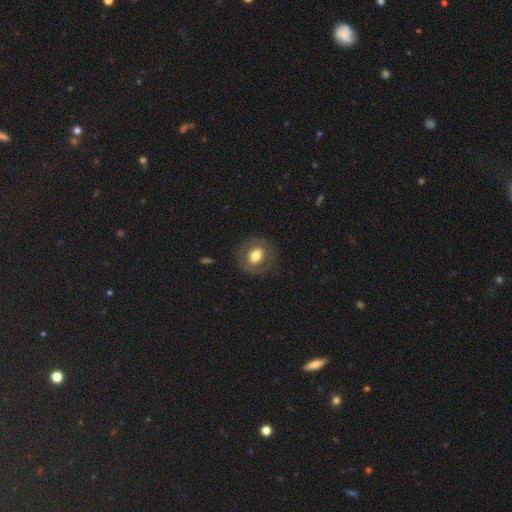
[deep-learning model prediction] Smooth or featured?
  - smooth: 65% *
  - featured or disk: 27%
  - star or artifact: 8%
How rounded?
  - round: 73% *
  - in between: 26%
  - cigar-shaped: 1%
Merging?
  - none: 83% *
  - minor disturbance: 10%
  - major disturbance: 5%
  - merger: 1%